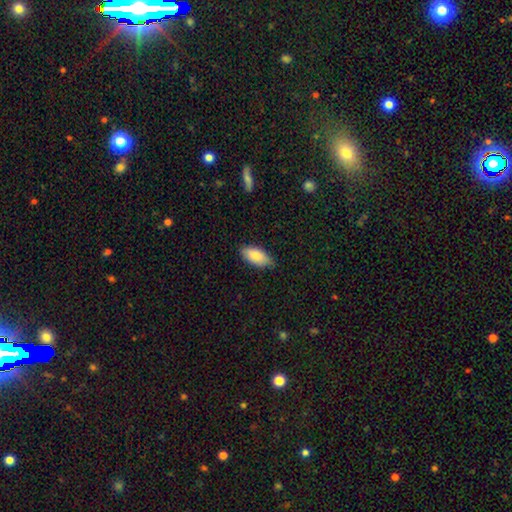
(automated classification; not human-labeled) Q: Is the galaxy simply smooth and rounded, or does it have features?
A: smooth — 84%.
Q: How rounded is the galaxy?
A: in between — 88%.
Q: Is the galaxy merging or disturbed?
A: none — 80%.